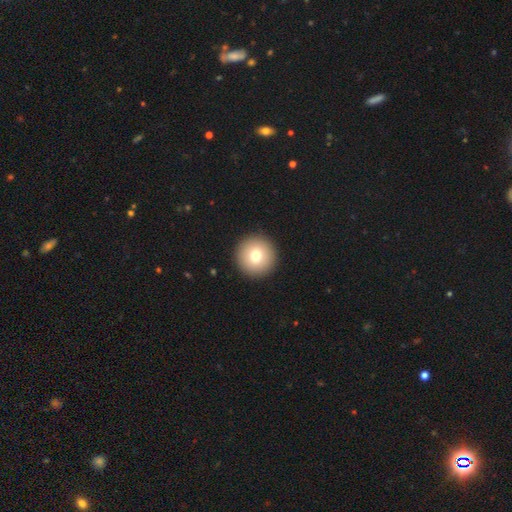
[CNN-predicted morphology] This appears to be a smooth galaxy with no disk features (75%) that is round (96%). Merging: none (93%).